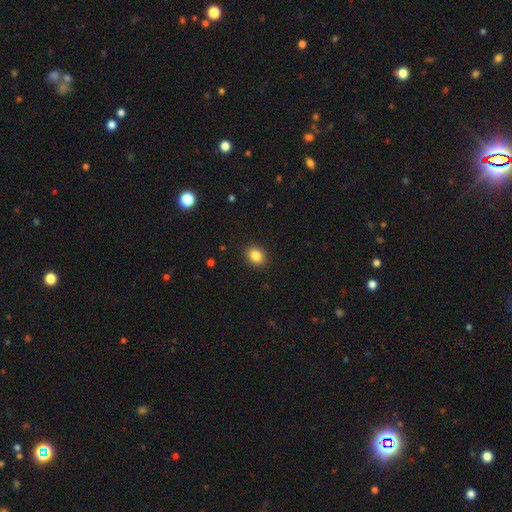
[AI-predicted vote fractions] Q: Smooth or featured?
A: smooth (85%); runner-up: star or artifact (10%)
Q: How rounded?
A: round (52%); runner-up: in between (47%)
Q: Merging?
A: none (91%); runner-up: minor disturbance (7%)